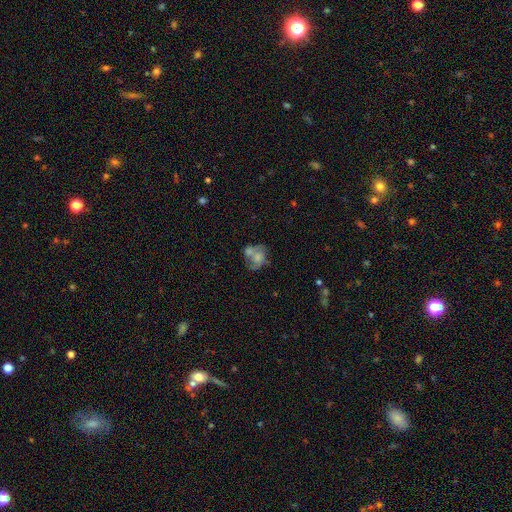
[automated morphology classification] Smooth or featured? Predicted: smooth (p=0.46). Merging? Predicted: merger (p=0.44).